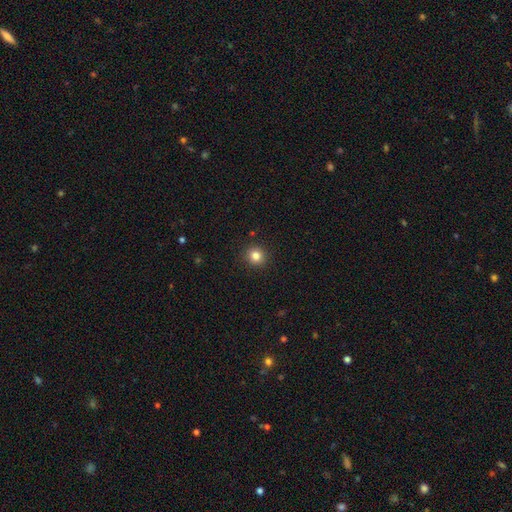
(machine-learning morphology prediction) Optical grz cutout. It shows a smooth galaxy with no disk features (82%) that is round (91%). Merging: none (92%).